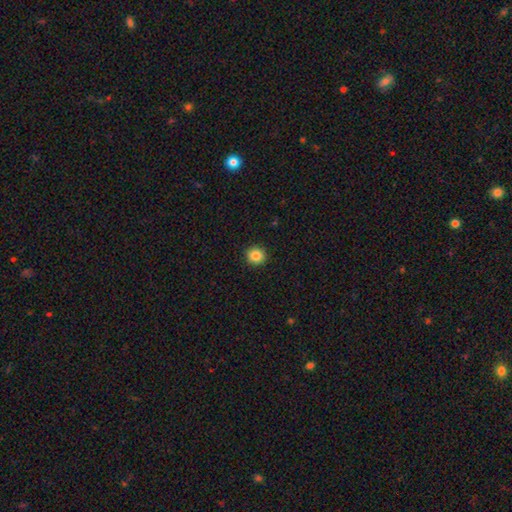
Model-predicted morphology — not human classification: Smooth or featured? smooth (85%)
How rounded? round (93%)
Merging? none (92%)